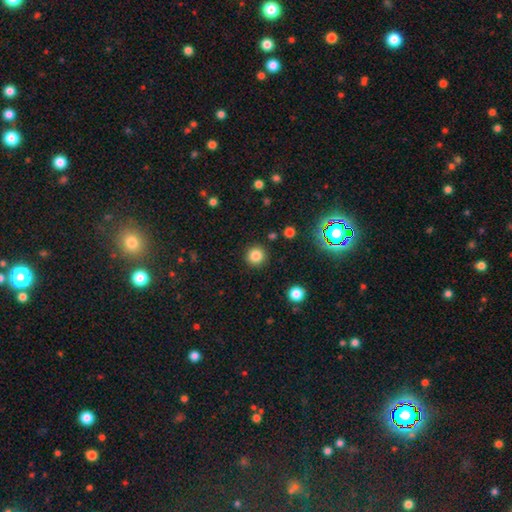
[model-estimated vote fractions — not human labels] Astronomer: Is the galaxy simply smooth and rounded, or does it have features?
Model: smooth — 82%.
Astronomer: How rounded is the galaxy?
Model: round — 94%.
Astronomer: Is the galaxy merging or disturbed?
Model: none — 91%.